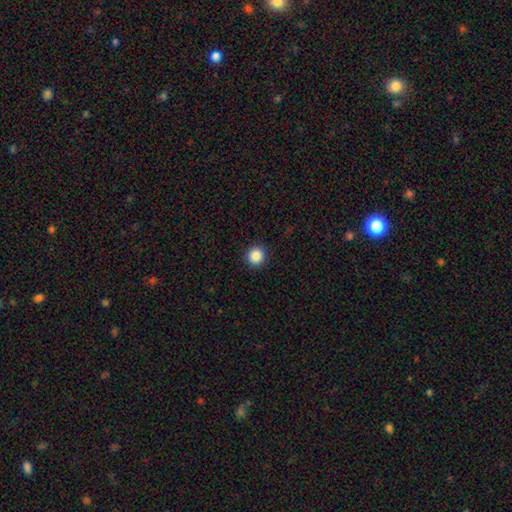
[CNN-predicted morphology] The model was most divided on "smooth or featured": smooth: 87%, star or artifact: 10%, featured or disk: 3%. More confident: how rounded — round (93%); merging — none (92%).